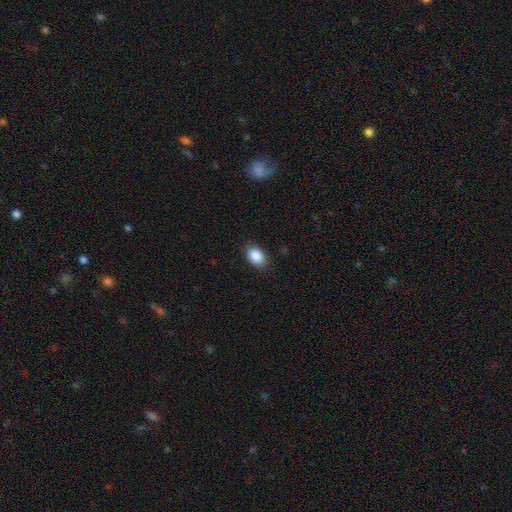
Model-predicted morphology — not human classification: smooth-or-featured: smooth: 89% | star or artifact: 7% | featured or disk: 4%
  how-rounded: in between: 87% | round: 12% | cigar-shaped: 1%
  merging: none: 88% | minor disturbance: 9% | major disturbance: 2% | merger: 1%